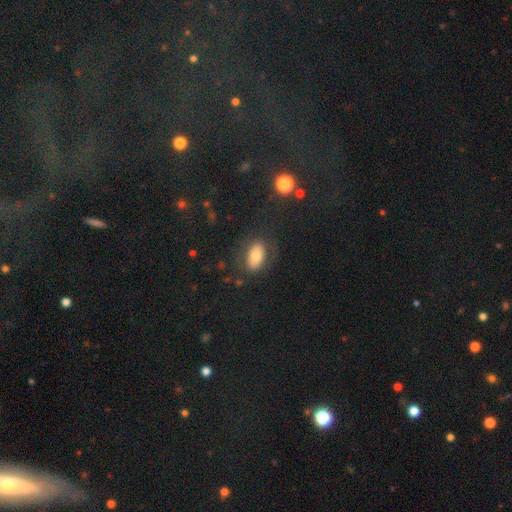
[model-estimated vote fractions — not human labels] smooth 67%, featured or disk 22%, star or artifact 11%. Down the decision tree: how rounded — in between (89%); merging — none (78%).